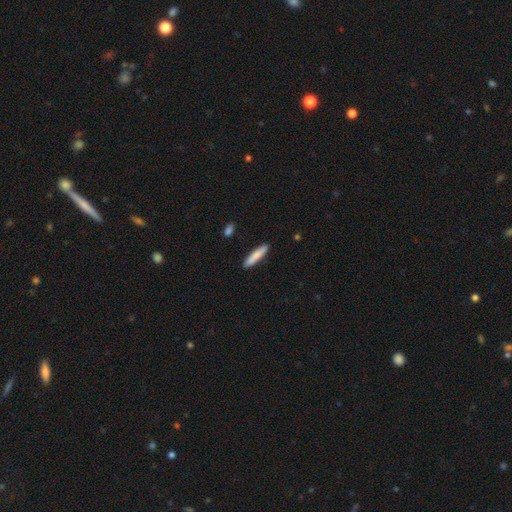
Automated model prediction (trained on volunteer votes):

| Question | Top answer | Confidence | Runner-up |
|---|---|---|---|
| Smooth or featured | smooth | 82% | featured or disk (13%) |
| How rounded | cigar-shaped | 88% | in between (11%) |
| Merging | none | 90% | minor disturbance (7%) |